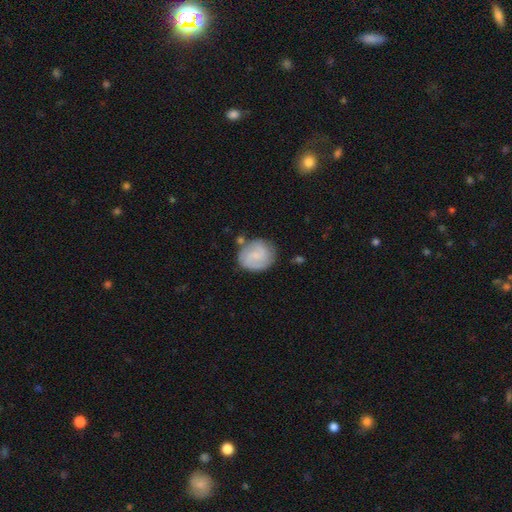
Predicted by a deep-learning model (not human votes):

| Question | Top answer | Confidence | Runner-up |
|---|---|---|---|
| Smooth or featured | featured or disk | 51% | smooth (42%) |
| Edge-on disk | no | 98% | yes (2%) |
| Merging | none | 70% | minor disturbance (18%) |